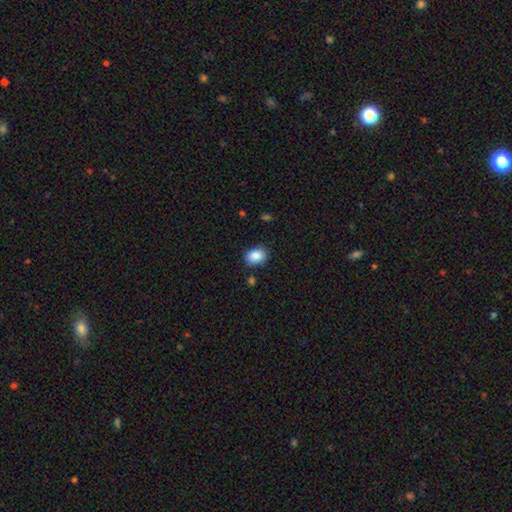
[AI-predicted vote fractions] Smooth or featured? smooth (89%)
How rounded? in between (77%)
Merging? none (84%)